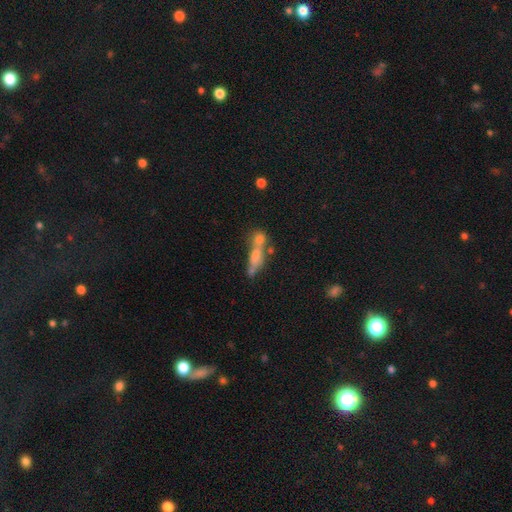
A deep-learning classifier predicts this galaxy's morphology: type=smooth (52%); roundness=cigar-shaped (45%); merging=merger (50%).